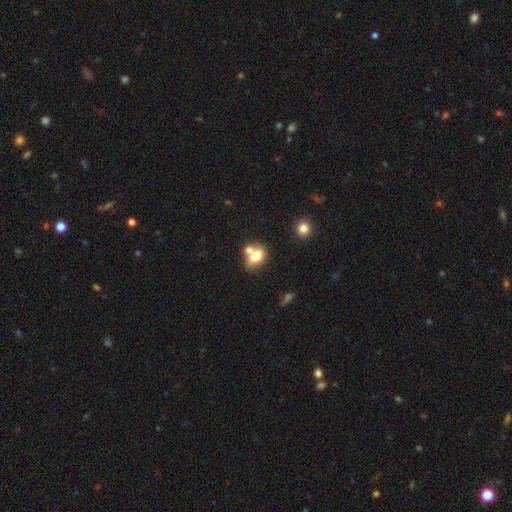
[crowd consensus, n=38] Smooth or featured? smooth (71%)
How rounded? in between (85%)
Merging? merger (51%)